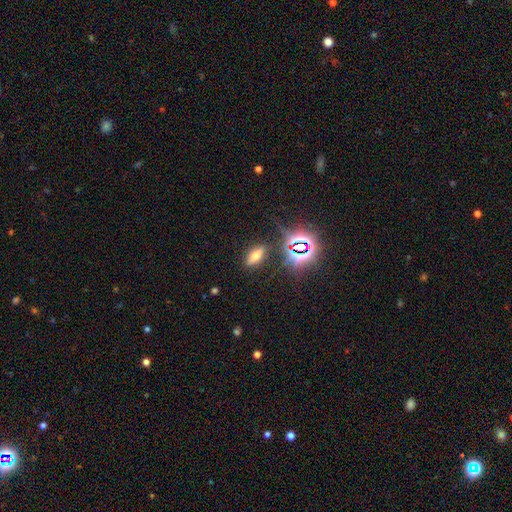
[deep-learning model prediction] The model was most divided on "smooth or featured": smooth: 44%, star or artifact: 32%, featured or disk: 24%. More confident: merging — none (85%).